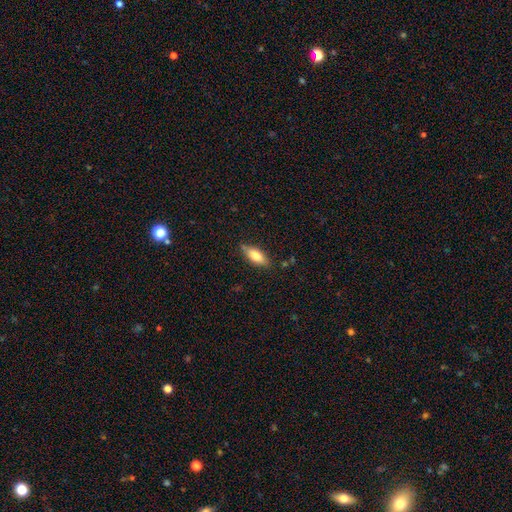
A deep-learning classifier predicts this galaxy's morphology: Q: Smooth or featured?
A: smooth (76%); runner-up: featured or disk (18%)
Q: How rounded?
A: in between (74%); runner-up: cigar-shaped (23%)
Q: Merging?
A: none (79%); runner-up: minor disturbance (15%)